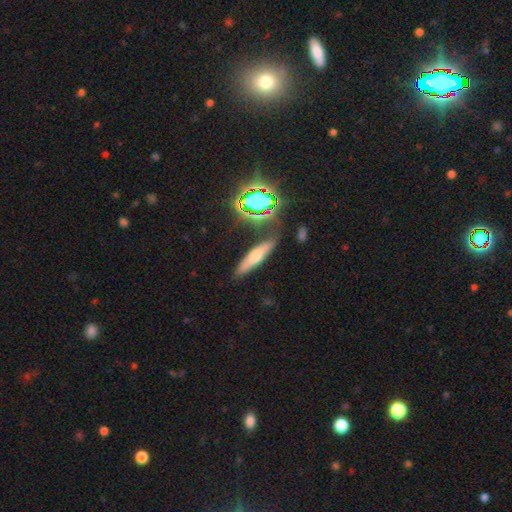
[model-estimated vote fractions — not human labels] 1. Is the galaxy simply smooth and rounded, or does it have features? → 48% smooth, 34% featured or disk, 18% star or artifact.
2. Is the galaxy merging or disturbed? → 77% none, 14% minor disturbance, 5% merger, 4% major disturbance.